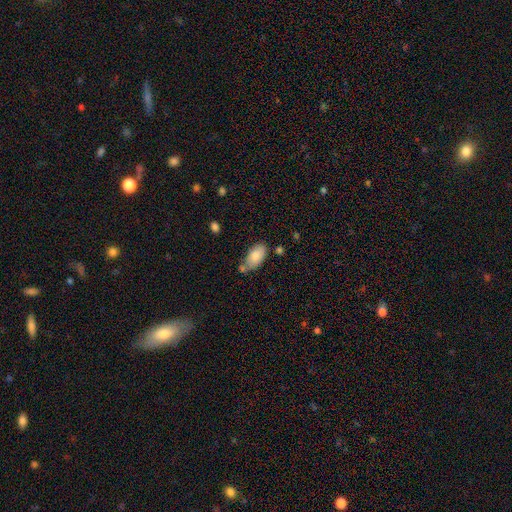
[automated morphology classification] Q: Smooth or featured?
A: smooth (83%); runner-up: featured or disk (10%)
Q: How rounded?
A: in between (94%); runner-up: cigar-shaped (3%)
Q: Merging?
A: none (59%); runner-up: minor disturbance (22%)